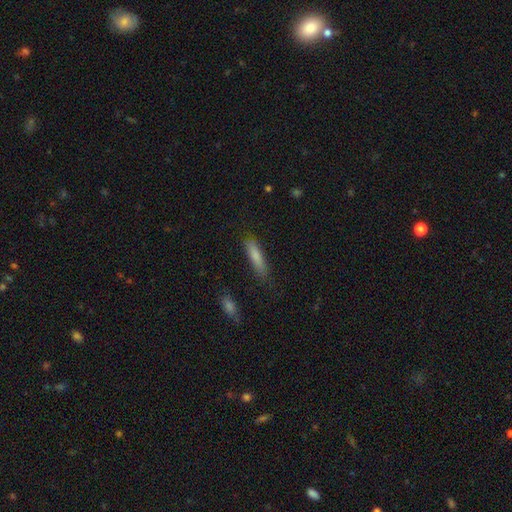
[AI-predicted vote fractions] Smooth or featured? Predicted: smooth (p=0.78). How rounded? Predicted: cigar-shaped (p=0.80). Merging? Predicted: none (p=0.80).